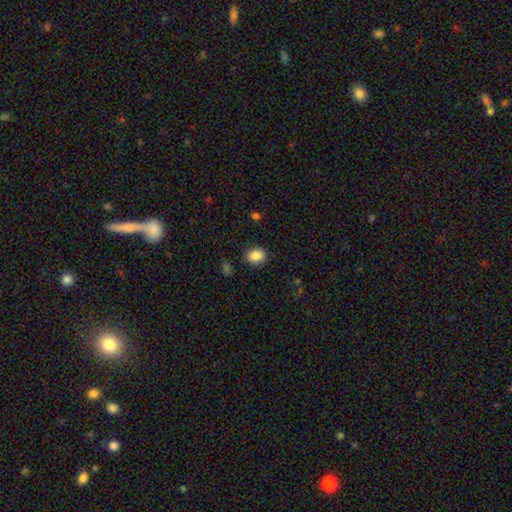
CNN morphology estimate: Smooth or featured? Predicted: smooth (p=0.86). How rounded? Predicted: round (p=0.56). Merging? Predicted: none (p=0.87).